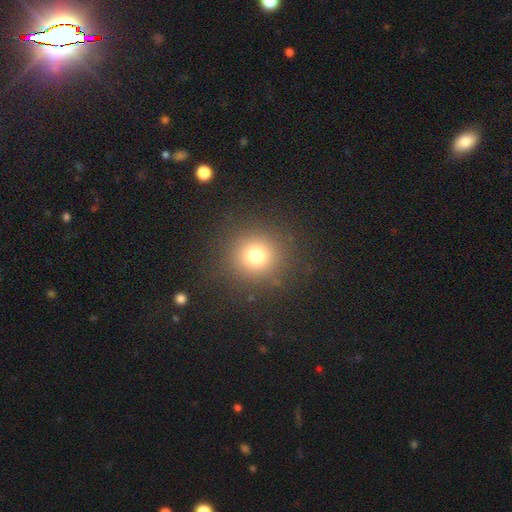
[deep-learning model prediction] smooth-or-featured: smooth: 74% | star or artifact: 17% | featured or disk: 9%
  how-rounded: round: 93% | in between: 6% | cigar-shaped: 1%
  merging: none: 88% | minor disturbance: 6% | major disturbance: 4% | merger: 1%